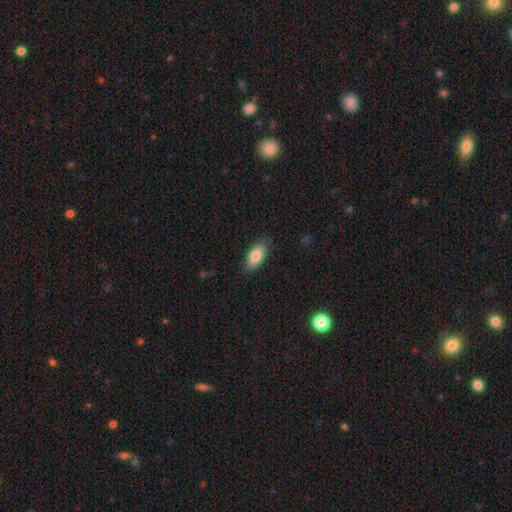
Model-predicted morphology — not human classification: A smooth galaxy with no disk features (84%) that is in between round and cigar-shaped (88%). Merging: none (81%).